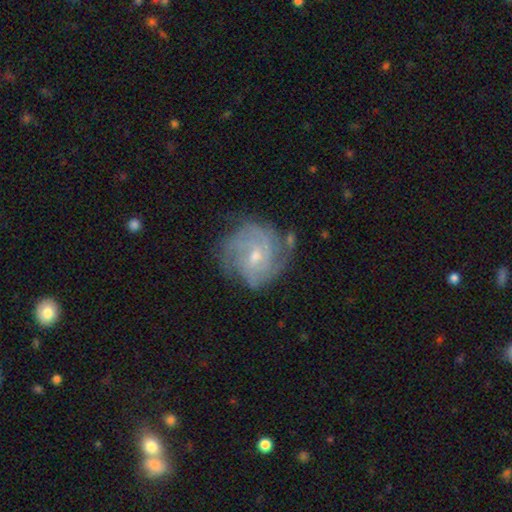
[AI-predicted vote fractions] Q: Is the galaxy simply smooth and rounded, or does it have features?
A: featured or disk — 84%.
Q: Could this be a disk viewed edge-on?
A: no — 98%.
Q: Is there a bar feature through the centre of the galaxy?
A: no — 49%.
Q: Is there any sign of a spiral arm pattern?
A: yes — 95%.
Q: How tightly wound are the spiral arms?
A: tight — 67%.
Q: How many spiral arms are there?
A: can't tell — 30%.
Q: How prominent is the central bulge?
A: small — 59%.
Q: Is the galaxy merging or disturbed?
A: none — 70%.